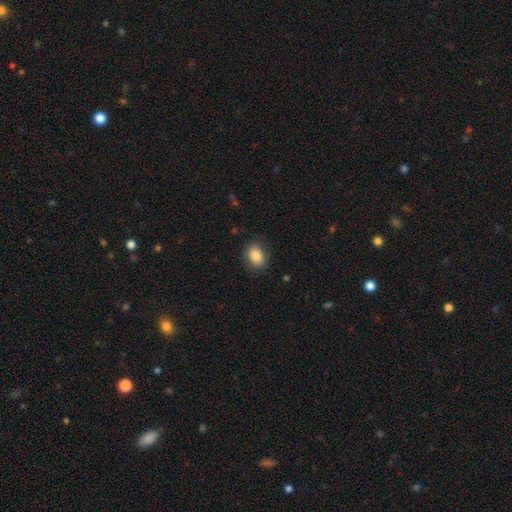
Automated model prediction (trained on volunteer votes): Smooth or featured?
  - smooth: 84% *
  - featured or disk: 8%
  - star or artifact: 8%
How rounded?
  - in between: 71% *
  - round: 28%
  - cigar-shaped: 1%
Merging?
  - none: 81% *
  - minor disturbance: 14%
  - major disturbance: 4%
  - merger: 1%